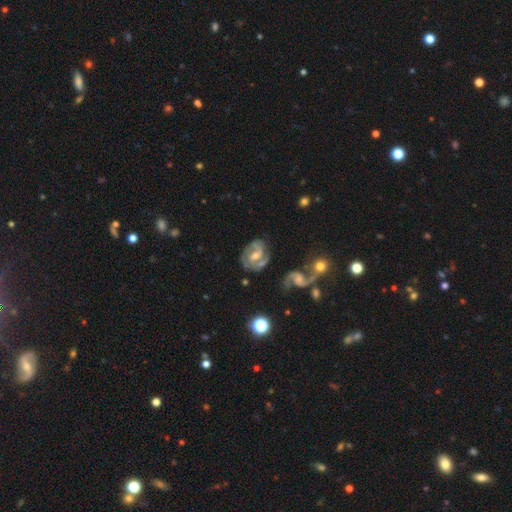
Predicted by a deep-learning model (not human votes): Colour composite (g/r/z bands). It shows a featured or disk galaxy (82%) with a weak bar (50%), 2 (79%) medium (50%) spiral arms (91%) and a moderate central bulge (56%). Merging: none (64%).